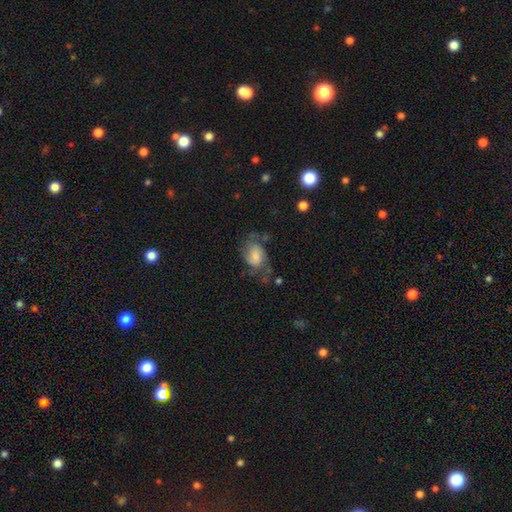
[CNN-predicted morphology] Overall: smooth (47%; featured or disk 44%). Merging: none (41%; minor disturbance 28%).